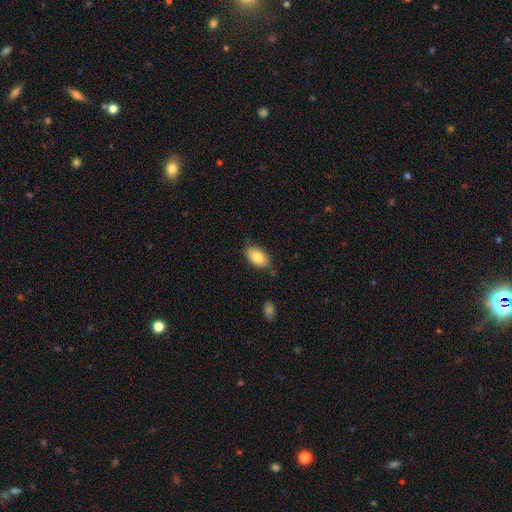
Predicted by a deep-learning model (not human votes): This appears to be a smooth galaxy with no disk features (84%) that is in between round and cigar-shaped (93%). Merging: none (79%).